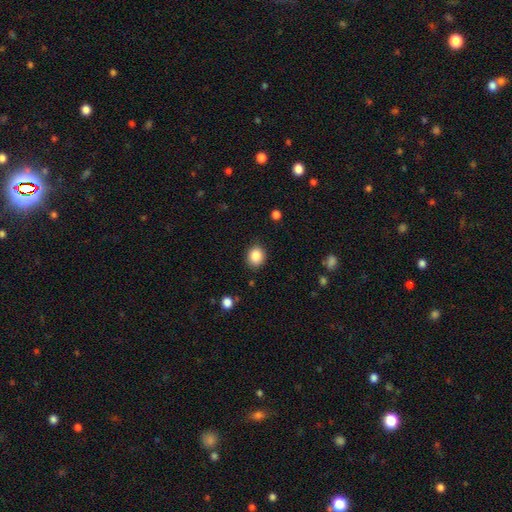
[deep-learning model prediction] Smooth or featured?
  - smooth: 87% *
  - star or artifact: 9%
  - featured or disk: 4%
How rounded?
  - round: 66% *
  - in between: 33%
  - cigar-shaped: 1%
Merging?
  - none: 85% *
  - minor disturbance: 11%
  - major disturbance: 3%
  - merger: 1%